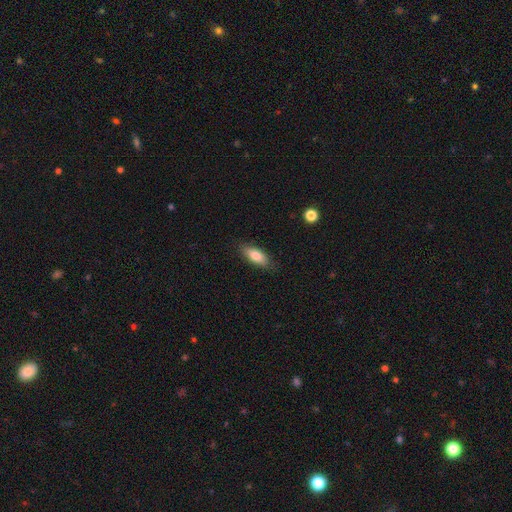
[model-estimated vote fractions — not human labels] A smooth galaxy with no disk features (81%) that is in between round and cigar-shaped (78%). Merging: none (85%).